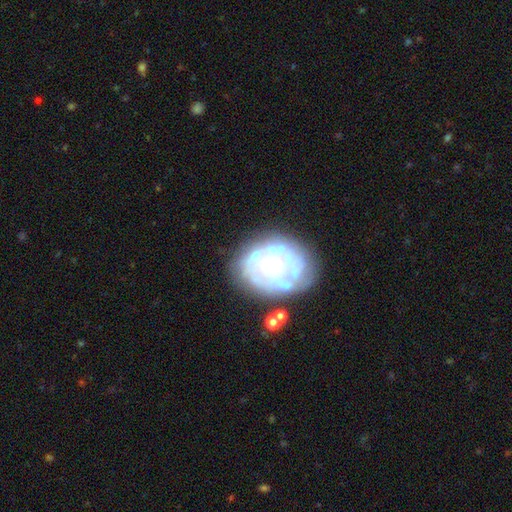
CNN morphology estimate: Smooth or featured? featured or disk (73%)
Edge-on disk? no (98%)
Bar? no (84%)
Spiral arms? no (64%)
Bulge size? moderate (38%)
Merging? none (58%)